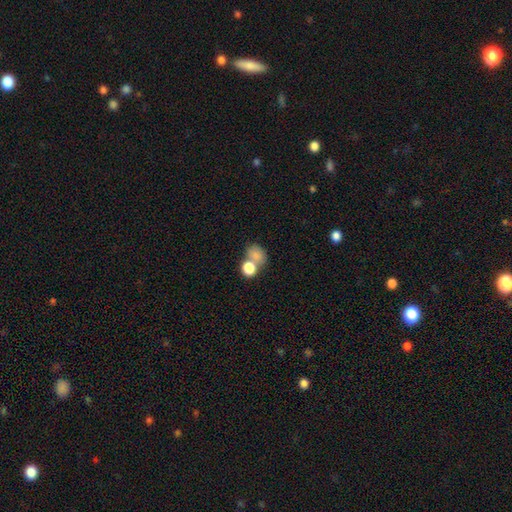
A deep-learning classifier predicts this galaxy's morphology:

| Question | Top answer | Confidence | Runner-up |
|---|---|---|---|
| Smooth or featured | smooth | 78% | star or artifact (12%) |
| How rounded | round | 53% | in between (46%) |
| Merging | merger | 43% | none (40%) |